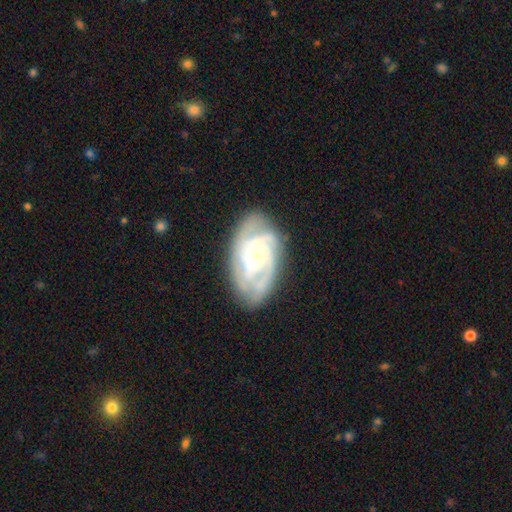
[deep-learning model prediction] smooth-or-featured: featured or disk: 83% | smooth: 11% | star or artifact: 6%
  disk-edge-on: no: 96% | yes: 4%
    bar: no: 73% | weak: 22% | strong: 5%
    has-spiral-arms: yes: 94% | no: 6%
      spiral-winding: tight: 60% | medium: 33% | loose: 7%
      spiral-arm-count: 3: 32% | can't tell: 26% | 2: 21% | 4: 12% | 1: 5% | more than 4: 4%
    bulge-size: small: 71% | moderate: 25% | none: 2% | large: 2% | dominant: 1%
  merging: none: 72% | minor disturbance: 19% | major disturbance: 7% | merger: 2%